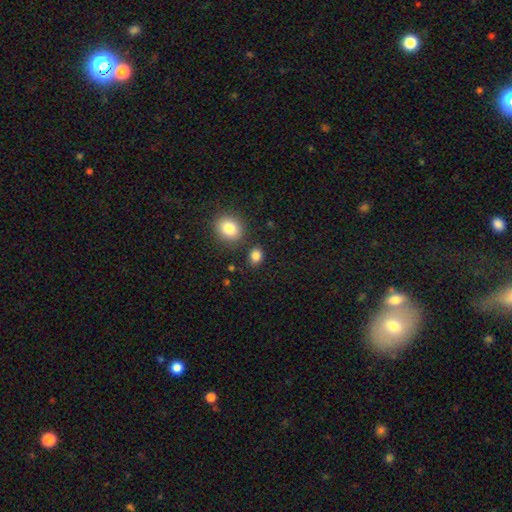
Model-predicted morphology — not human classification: Overall: smooth (85%). How rounded: in between (51%; round 48%). Merging: none (81%).